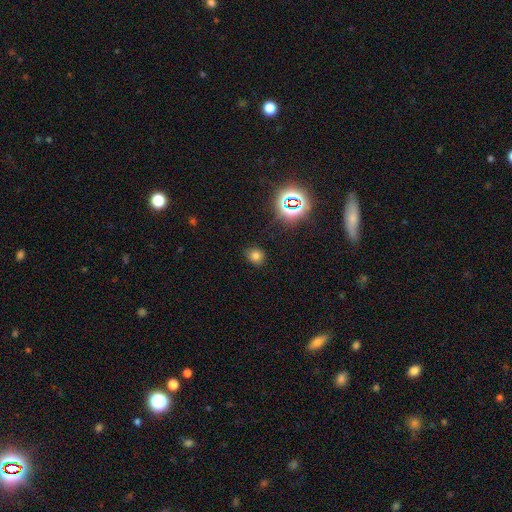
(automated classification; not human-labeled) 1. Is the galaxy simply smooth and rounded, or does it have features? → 70% smooth, 23% star or artifact, 7% featured or disk.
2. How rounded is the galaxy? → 75% round, 24% in between, 1% cigar-shaped.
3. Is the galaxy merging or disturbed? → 83% none, 12% minor disturbance, 3% major disturbance, 2% merger.